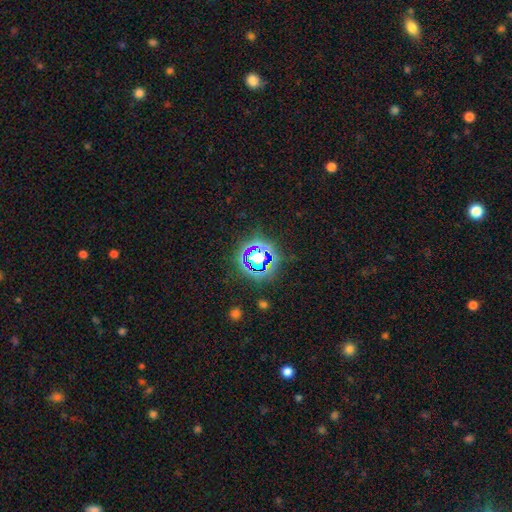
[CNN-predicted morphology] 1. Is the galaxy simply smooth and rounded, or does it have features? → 63% star or artifact, 24% smooth, 12% featured or disk.